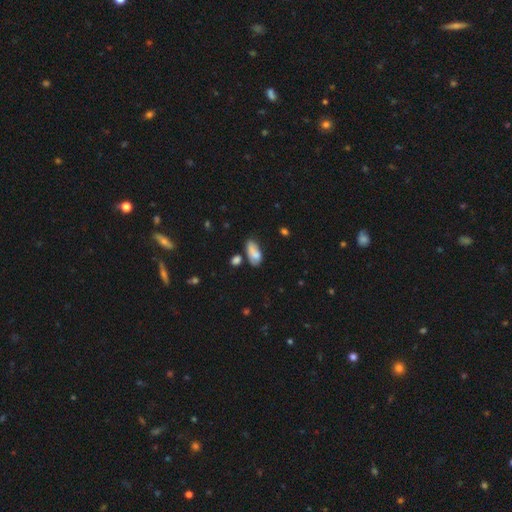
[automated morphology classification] The model was most divided on "merging": none: 46%, minor disturbance: 30%, merger: 14%, major disturbance: 10%. More confident: how rounded — in between (87%); smooth or featured — smooth (76%).